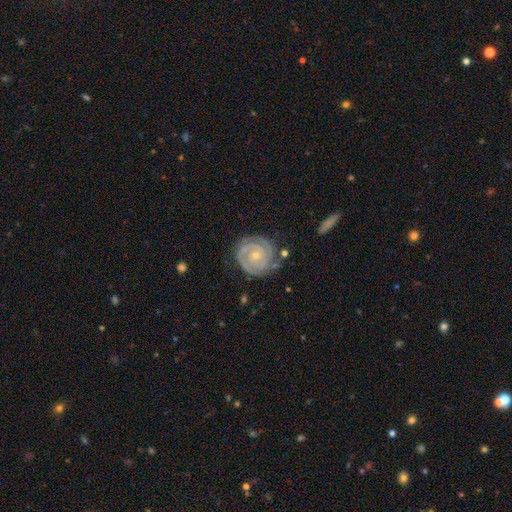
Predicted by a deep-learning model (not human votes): This appears to be a featured or disk galaxy (90%) with no bar (73%), 2 (56%) tight (84%) spiral arms (98%) and a small central bulge (75%). Merging: none (79%).